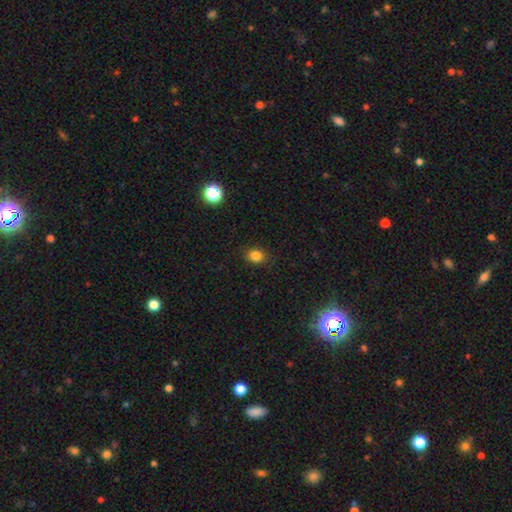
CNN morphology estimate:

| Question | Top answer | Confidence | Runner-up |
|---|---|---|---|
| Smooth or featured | smooth | 83% | star or artifact (12%) |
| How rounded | round | 57% | in between (42%) |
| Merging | none | 88% | minor disturbance (9%) |